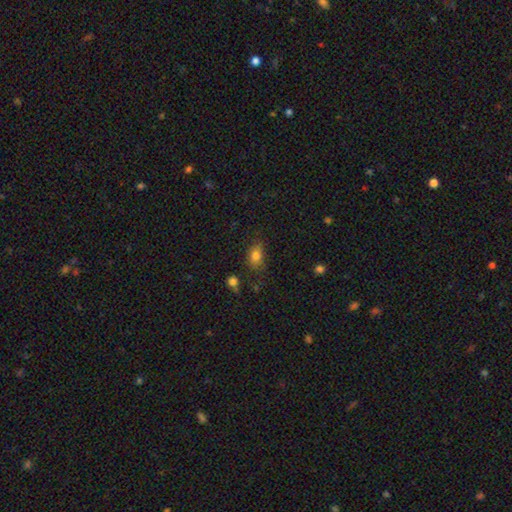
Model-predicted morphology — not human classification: smooth-or-featured: smooth: 80% | star or artifact: 12% | featured or disk: 9%
  how-rounded: in between: 78% | round: 19% | cigar-shaped: 3%
  merging: none: 66% | minor disturbance: 23% | major disturbance: 7% | merger: 3%